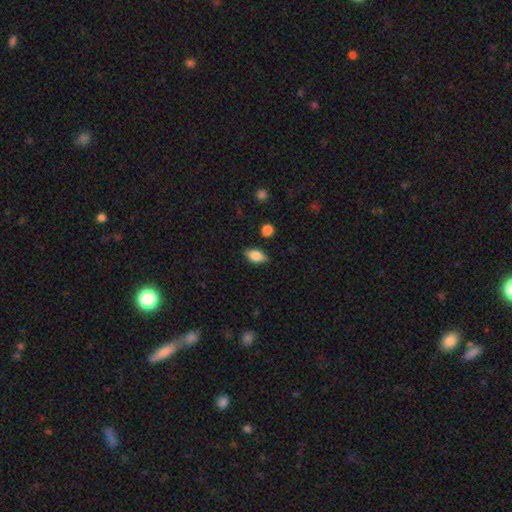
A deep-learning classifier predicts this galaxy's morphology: Smooth or featured? Predicted: smooth (p=0.82). How rounded? Predicted: in between (p=0.86). Merging? Predicted: none (p=0.80).